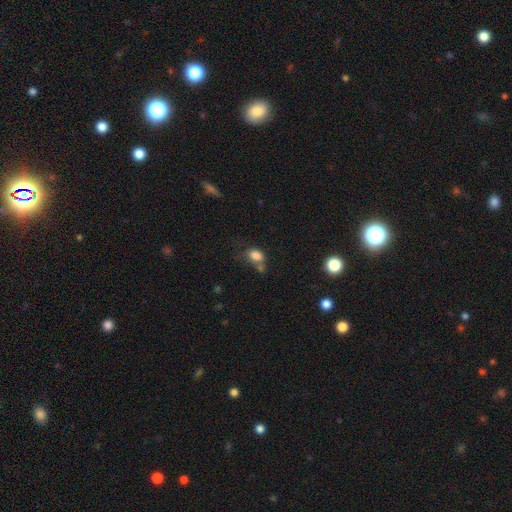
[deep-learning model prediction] A smooth galaxy with no disk features (80%) that is in between round and cigar-shaped (77%).

Vote fractions:
- Smooth or featured? smooth: 80% / star or artifact: 11% / featured or disk: 8%
- How rounded? in between: 77% / round: 22% / cigar-shaped: 2%
- Merging? none: 41% / merger: 23% / minor disturbance: 23% / major disturbance: 13%